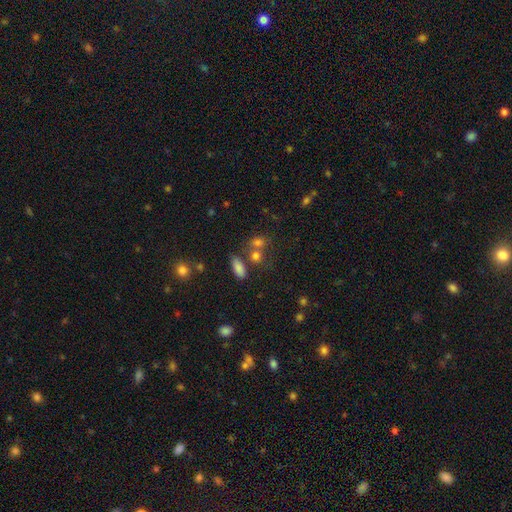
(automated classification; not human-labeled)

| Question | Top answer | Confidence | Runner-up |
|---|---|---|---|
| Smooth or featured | smooth | 74% | star or artifact (16%) |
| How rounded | in between | 50% | round (46%) |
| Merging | none | 50% | merger (32%) |